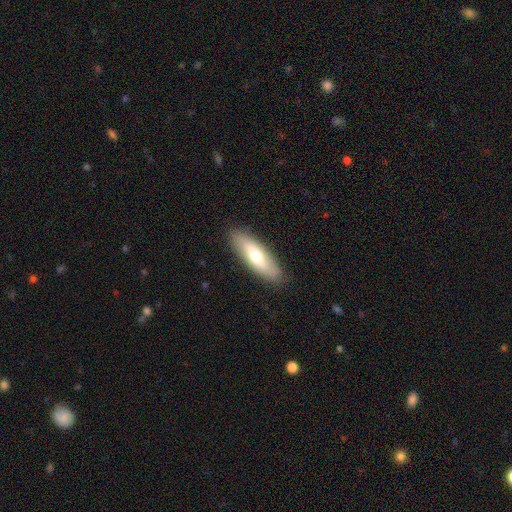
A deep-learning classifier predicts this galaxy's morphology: A smooth galaxy with no disk features (65%) that is cigar-shaped (51%).

Vote fractions:
- Smooth or featured? smooth: 65% / featured or disk: 30% / star or artifact: 6%
- How rounded? cigar-shaped: 51% / in between: 47% / round: 2%
- Merging? none: 88% / minor disturbance: 9% / major disturbance: 2% / merger: 1%